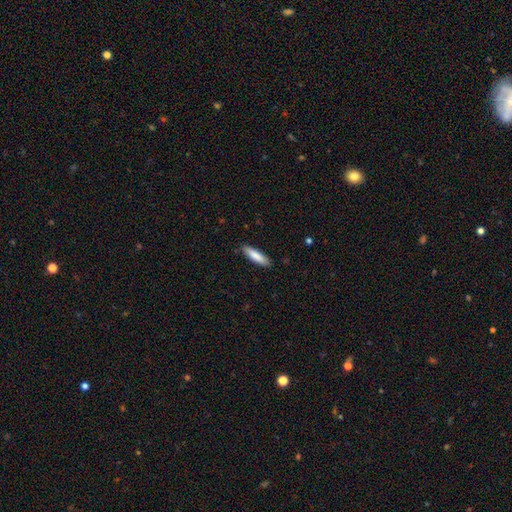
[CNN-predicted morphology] Q: Smooth or featured?
A: smooth (83%); runner-up: featured or disk (11%)
Q: How rounded?
A: cigar-shaped (73%); runner-up: in between (26%)
Q: Merging?
A: none (87%); runner-up: minor disturbance (10%)